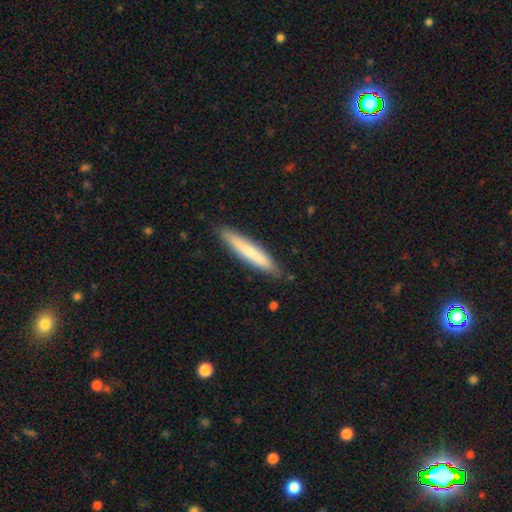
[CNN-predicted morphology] This appears to be a smooth galaxy with no disk features (70%) that is cigar-shaped (91%). Merging: none (86%).